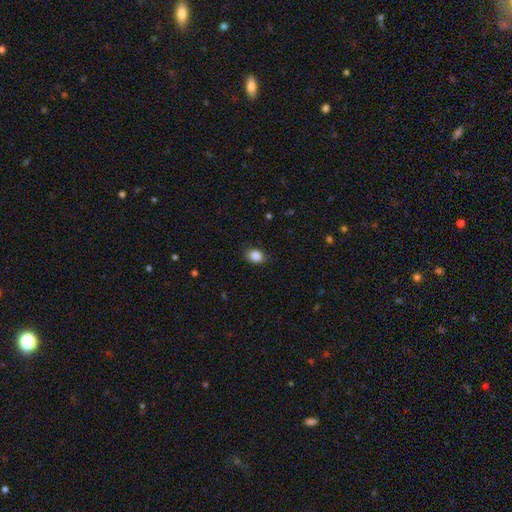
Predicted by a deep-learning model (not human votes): Q: Smooth or featured?
A: smooth (86%); runner-up: star or artifact (9%)
Q: How rounded?
A: in between (66%); runner-up: round (33%)
Q: Merging?
A: none (87%); runner-up: minor disturbance (10%)